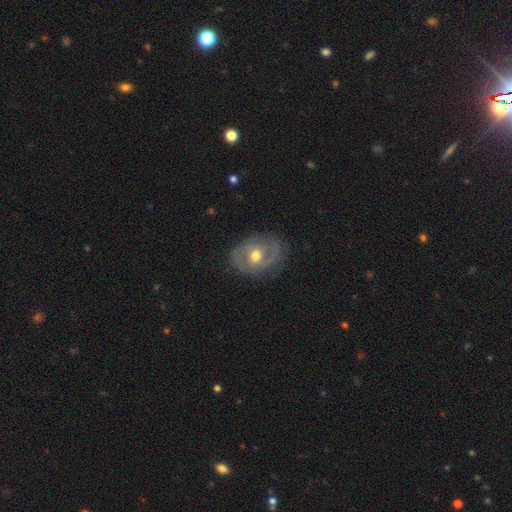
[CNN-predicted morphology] Q: Smooth or featured?
A: featured or disk (70%); runner-up: smooth (24%)
Q: Edge-on disk?
A: no (96%); runner-up: yes (4%)
Q: Bar?
A: no (52%); runner-up: weak (37%)
Q: Spiral arms?
A: yes (71%); runner-up: no (29%)
Q: Bulge size?
A: moderate (74%); runner-up: small (20%)
Q: Merging?
A: none (71%); runner-up: minor disturbance (19%)